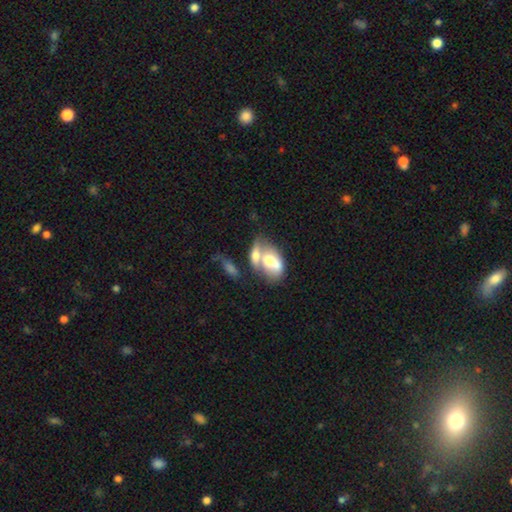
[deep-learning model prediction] Smooth or featured? Predicted: smooth (p=0.54). How rounded? Predicted: in between (p=0.80). Merging? Predicted: merger (p=0.67).